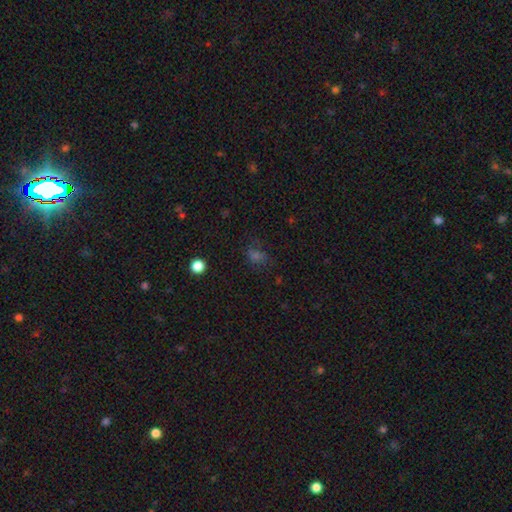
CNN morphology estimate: Smooth or featured?
  - smooth: 50% *
  - star or artifact: 36%
  - featured or disk: 15%
Merging?
  - none: 61% *
  - minor disturbance: 21%
  - major disturbance: 15%
  - merger: 3%